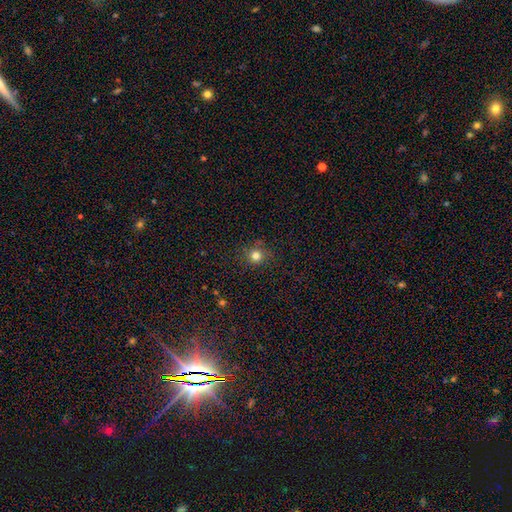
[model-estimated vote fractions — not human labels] This is likely a smooth galaxy (78%). How rounded: clearly round (90%). Merging: clearly none (86%).